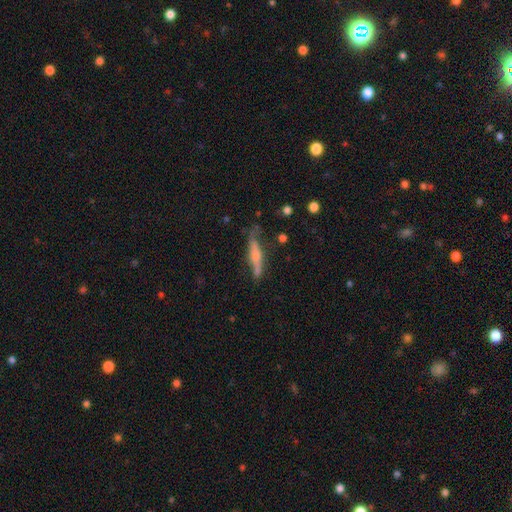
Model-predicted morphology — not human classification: featured or disk 53%, smooth 39%, star or artifact 8%. Down the decision tree: edge-on disk — yes (85%); merging — none (60%).